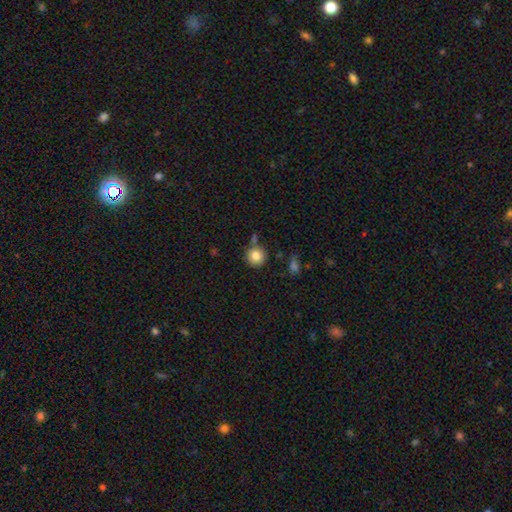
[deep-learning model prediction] The model was most divided on "merging": none: 78%, minor disturbance: 11%, merger: 8%, major disturbance: 3%. More confident: how rounded — round (93%); smooth or featured — smooth (83%).